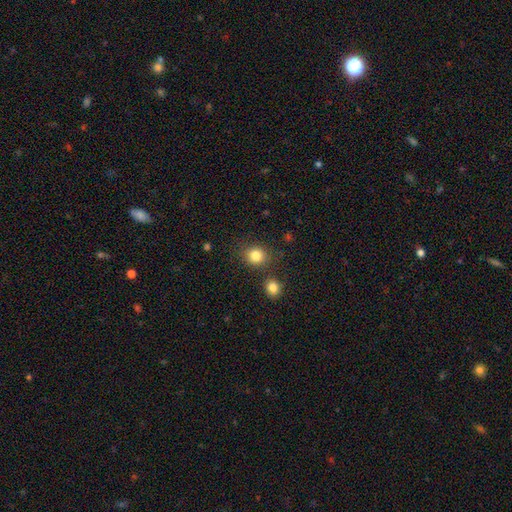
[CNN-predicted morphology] smooth-or-featured: smooth: 83% | star or artifact: 11% | featured or disk: 6%
  how-rounded: round: 76% | in between: 23% | cigar-shaped: 1%
  merging: none: 79% | minor disturbance: 10% | merger: 7% | major disturbance: 4%